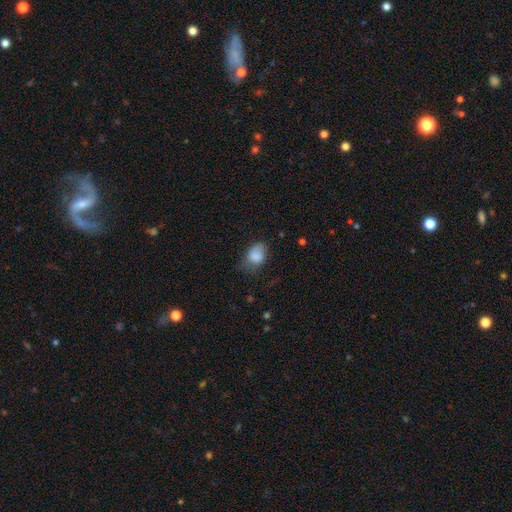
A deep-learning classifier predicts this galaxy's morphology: Smooth or featured?
  - smooth: 82% *
  - featured or disk: 10%
  - star or artifact: 8%
How rounded?
  - in between: 75% *
  - round: 24%
  - cigar-shaped: 1%
Merging?
  - none: 43% *
  - minor disturbance: 37%
  - major disturbance: 18%
  - merger: 2%